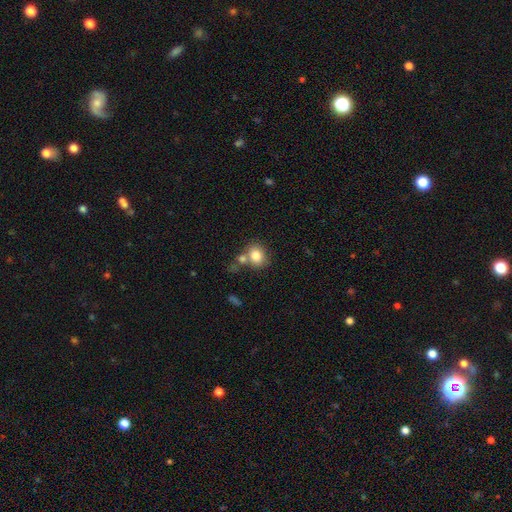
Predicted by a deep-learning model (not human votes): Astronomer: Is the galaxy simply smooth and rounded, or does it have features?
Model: smooth — 80%.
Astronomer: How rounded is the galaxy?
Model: round — 67%.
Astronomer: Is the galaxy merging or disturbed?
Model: none — 55%.